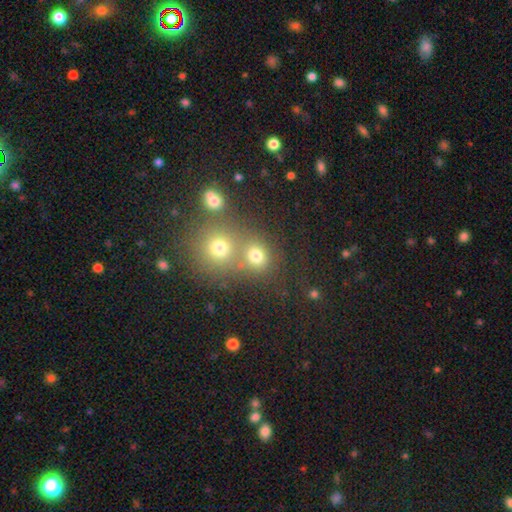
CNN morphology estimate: Smooth or featured: smooth — 75% (star or artifact — 17%)
How rounded: round — 81% (in between — 18%)
Merging: none — 49% (merger — 40%)